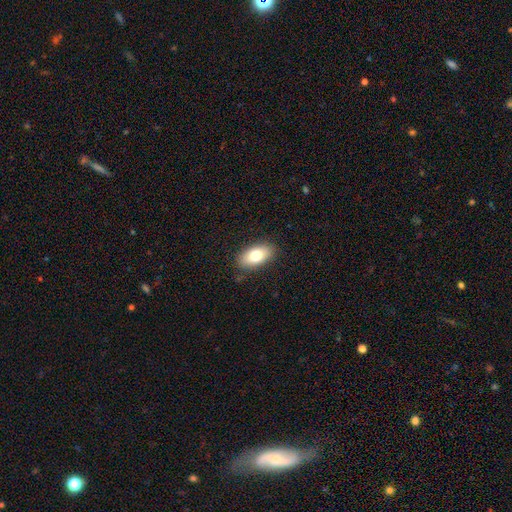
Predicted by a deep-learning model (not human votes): Smooth or featured? smooth (78%)
How rounded? in between (91%)
Merging? none (86%)